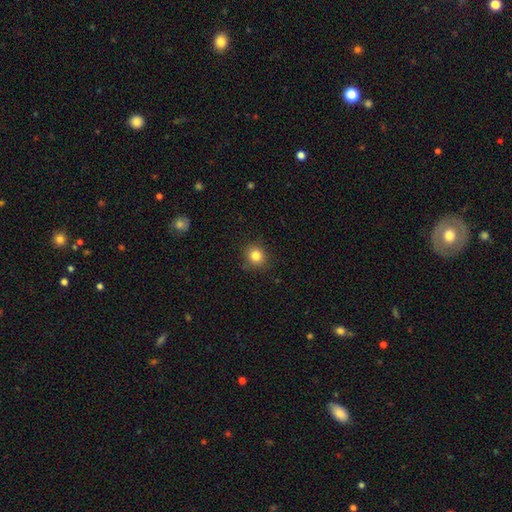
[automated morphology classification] Smooth or featured: smooth — 83% (star or artifact — 12%)
How rounded: round — 85% (in between — 14%)
Merging: none — 87% (minor disturbance — 9%)